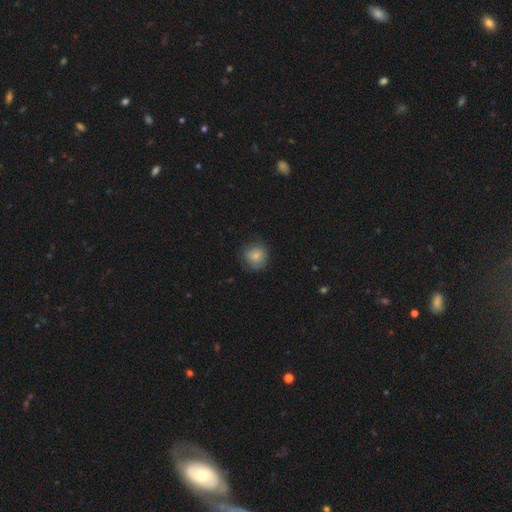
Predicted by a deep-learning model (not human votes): This is clearly a smooth galaxy (80%). How rounded: clearly round (88%). Merging: likely none (75%).